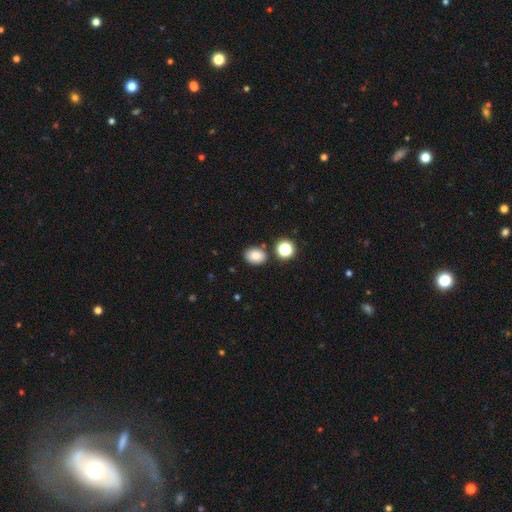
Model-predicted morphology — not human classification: Q: Smooth or featured?
A: smooth (82%); runner-up: star or artifact (11%)
Q: How rounded?
A: in between (68%); runner-up: round (31%)
Q: Merging?
A: none (81%); runner-up: minor disturbance (10%)